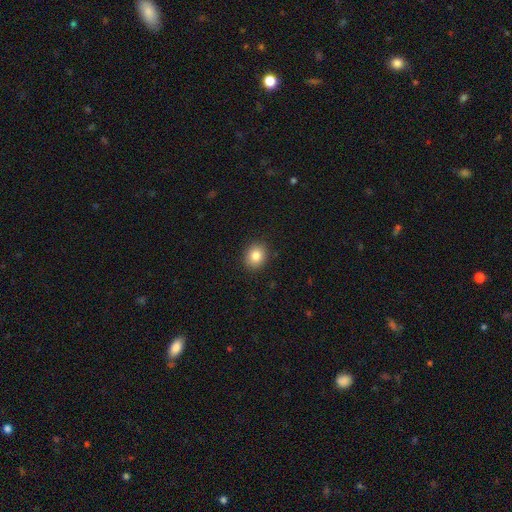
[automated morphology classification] type=smooth (84%); roundness=round (67%); merging=none (90%).